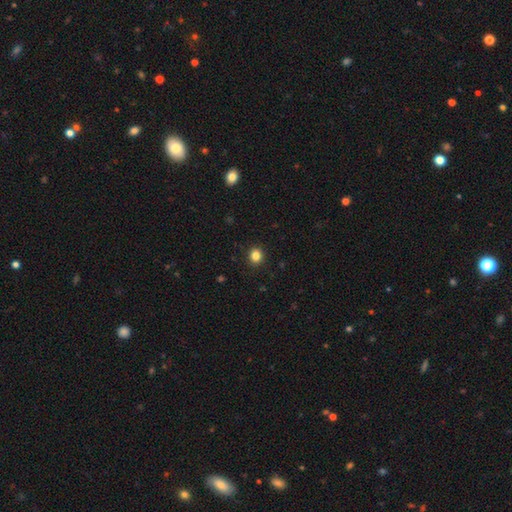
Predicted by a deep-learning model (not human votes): A smooth galaxy with no disk features (84%) that is round (81%).

Vote fractions:
- Smooth or featured? smooth: 84% / star or artifact: 12% / featured or disk: 4%
- How rounded? round: 81% / in between: 18% / cigar-shaped: 1%
- Merging? none: 92% / minor disturbance: 6% / major disturbance: 2% / merger: 1%